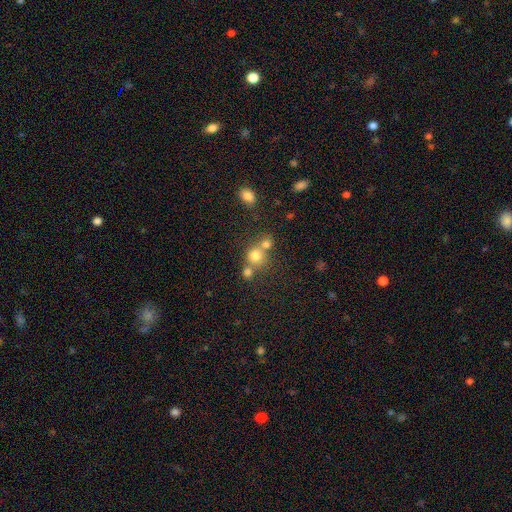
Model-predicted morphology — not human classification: A smooth galaxy with no disk features (74%) that is round (85%). Merging: none (49%).